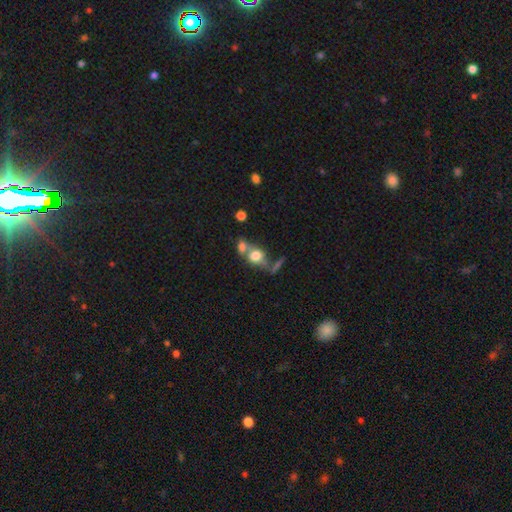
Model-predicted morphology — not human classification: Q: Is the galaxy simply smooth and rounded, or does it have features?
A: smooth — 66%.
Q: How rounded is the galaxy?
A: in between — 52%.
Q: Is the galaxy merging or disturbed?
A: merger — 56%.